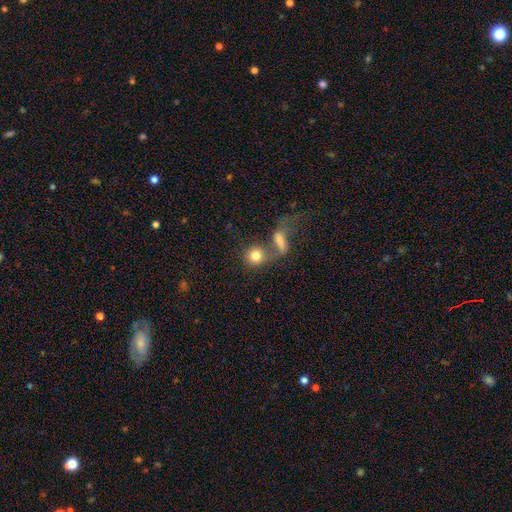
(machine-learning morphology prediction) A smooth galaxy with no disk features (76%) that is round (77%). Merging: merger (52%).